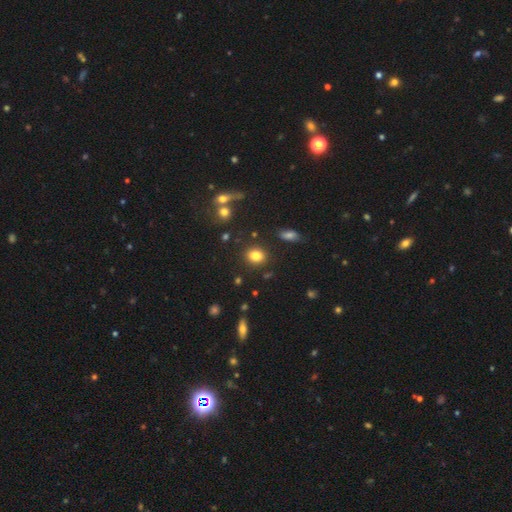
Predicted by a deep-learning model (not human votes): smooth 82%, star or artifact 11%, featured or disk 7%. Down the decision tree: how rounded — round (63%); merging — none (86%).